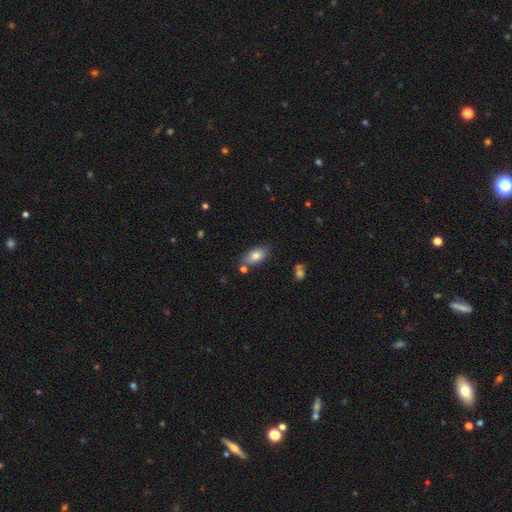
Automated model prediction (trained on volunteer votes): Smooth or featured? Predicted: smooth (p=0.80). How rounded? Predicted: in between (p=0.90). Merging? Predicted: none (p=0.76).